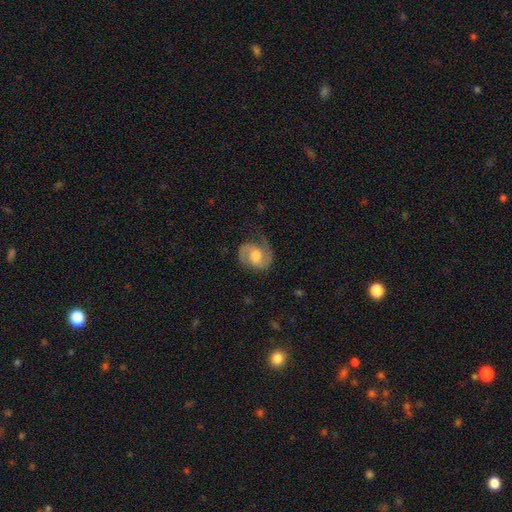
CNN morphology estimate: Smooth or featured?
  - featured or disk: 83% *
  - smooth: 11%
  - star or artifact: 5%
Edge-on disk?
  - no: 98% *
  - yes: 2%
Bar?
  - no: 50% *
  - weak: 41%
  - strong: 9%
Spiral arms?
  - yes: 96% *
  - no: 4%
Spiral winding?
  - medium: 54% *
  - tight: 27%
  - loose: 19%
Spiral arm count?
  - 2: 89% *
  - 1: 5%
  - can't tell: 3%
  - 3: 1%
  - 4: 1%
  - more than 4: 1%
Bulge size?
  - moderate: 65% *
  - small: 17%
  - large: 13%
  - none: 3%
  - dominant: 1%
Merging?
  - none: 70% *
  - minor disturbance: 19%
  - major disturbance: 10%
  - merger: 1%